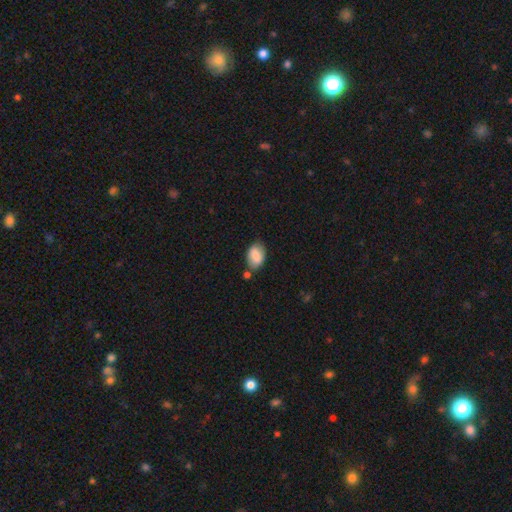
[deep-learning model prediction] smooth-or-featured: smooth: 85% | featured or disk: 8% | star or artifact: 7%
  how-rounded: in between: 88% | round: 11% | cigar-shaped: 1%
  merging: none: 66% | minor disturbance: 20% | merger: 10% | major disturbance: 4%